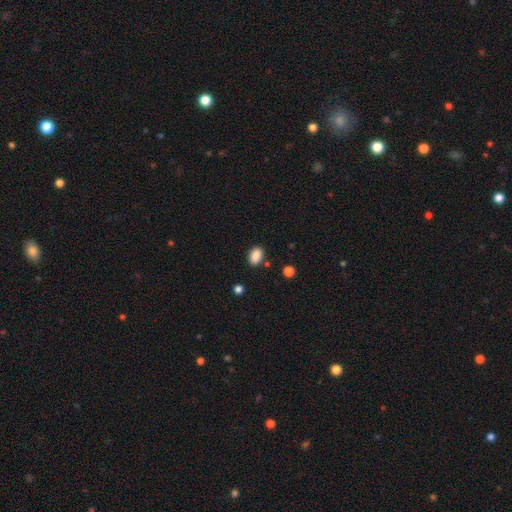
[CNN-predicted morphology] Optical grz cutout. It shows a smooth galaxy with no disk features (88%) that is in between round and cigar-shaped (87%). Merging: none (82%).